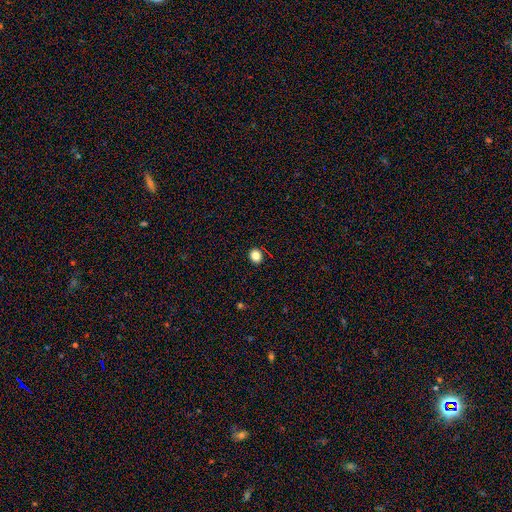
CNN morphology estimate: This is clearly a smooth galaxy (83%). How rounded: likely round (73%). Merging: clearly none (89%).